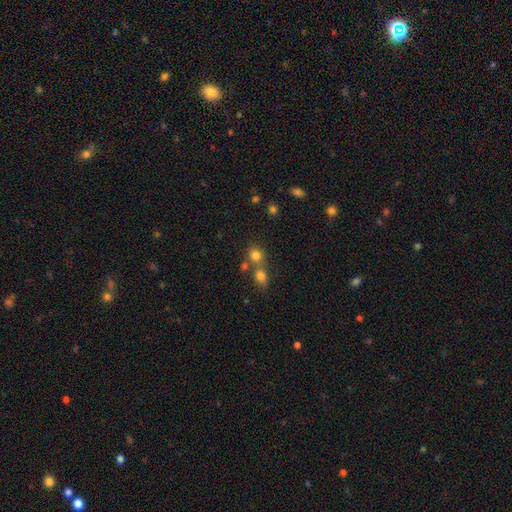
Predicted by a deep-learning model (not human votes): Smooth or featured: smooth — 78% (star or artifact — 14%)
How rounded: round — 80% (in between — 19%)
Merging: none — 51% (merger — 38%)